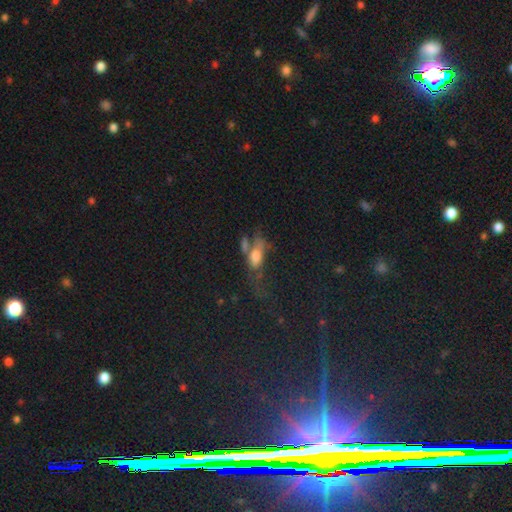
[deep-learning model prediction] Smooth or featured?
  - smooth: 60% *
  - featured or disk: 27%
  - star or artifact: 13%
How rounded?
  - in between: 80% *
  - cigar-shaped: 12%
  - round: 7%
Merging?
  - major disturbance: 33% *
  - merger: 27%
  - none: 23%
  - minor disturbance: 17%